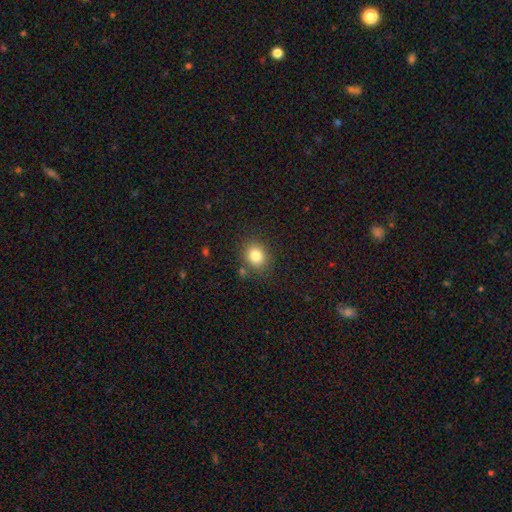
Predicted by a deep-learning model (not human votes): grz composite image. It shows a smooth galaxy with no disk features (82%) that is round (62%). Merging: none (82%).